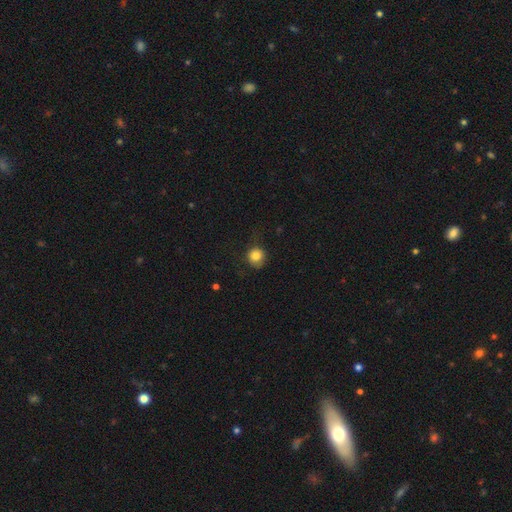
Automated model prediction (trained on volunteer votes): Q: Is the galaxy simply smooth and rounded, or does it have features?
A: smooth — 83%.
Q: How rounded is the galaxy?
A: round — 88%.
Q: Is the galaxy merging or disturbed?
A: none — 70%.